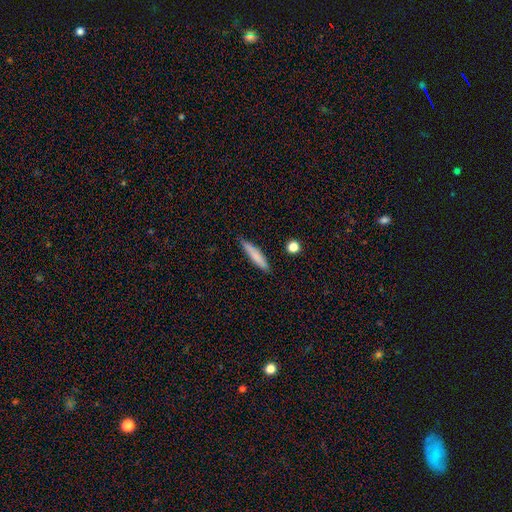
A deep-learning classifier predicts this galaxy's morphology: Smooth or featured? Predicted: smooth (p=0.78). How rounded? Predicted: cigar-shaped (p=0.90). Merging? Predicted: none (p=0.85).